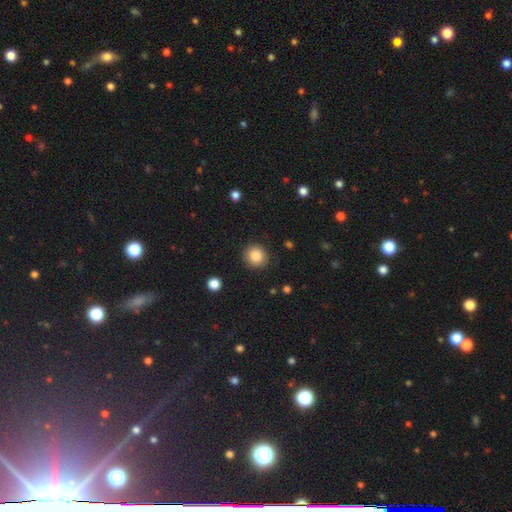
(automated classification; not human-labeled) Q: Smooth or featured?
A: smooth (87%); runner-up: star or artifact (9%)
Q: How rounded?
A: round (88%); runner-up: in between (11%)
Q: Merging?
A: none (88%); runner-up: minor disturbance (8%)